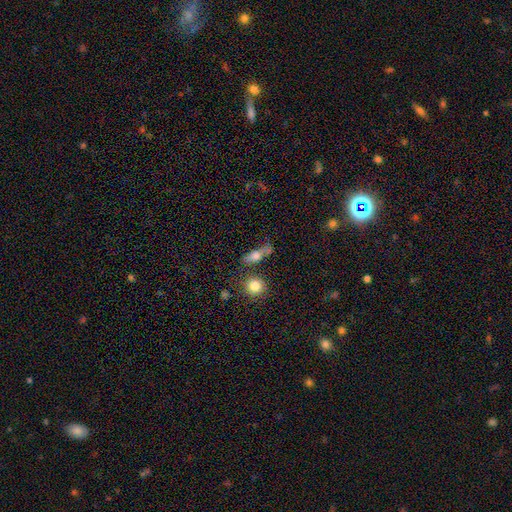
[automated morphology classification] Smooth or featured: smooth — 68% (featured or disk — 20%)
How rounded: in between — 51% (cigar-shaped — 32%)
Merging: none — 48% (merger — 20%)